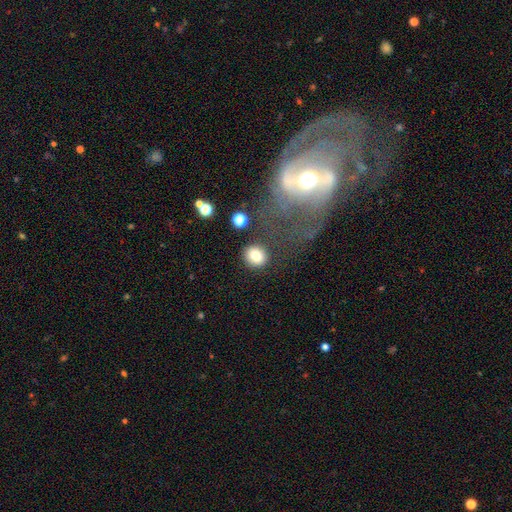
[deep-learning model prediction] Overall: smooth (82%). How rounded: round (76%). Merging: none (82%).